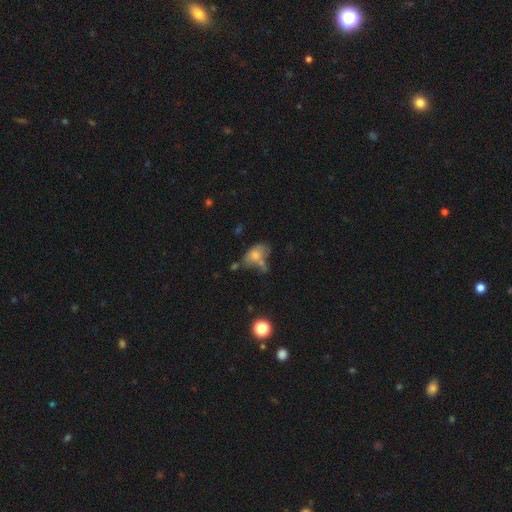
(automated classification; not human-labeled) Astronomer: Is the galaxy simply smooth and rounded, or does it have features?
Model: smooth — 67%.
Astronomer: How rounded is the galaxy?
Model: in between — 84%.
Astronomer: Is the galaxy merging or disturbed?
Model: none — 32% (runner-up: merger, 27%).